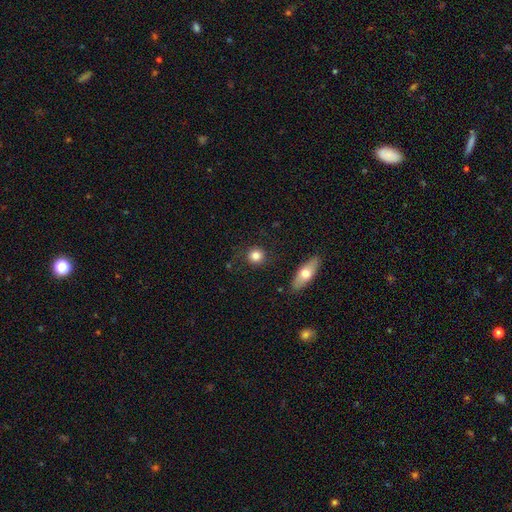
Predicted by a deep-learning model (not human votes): Smooth or featured? smooth (82%)
How rounded? round (89%)
Merging? none (84%)